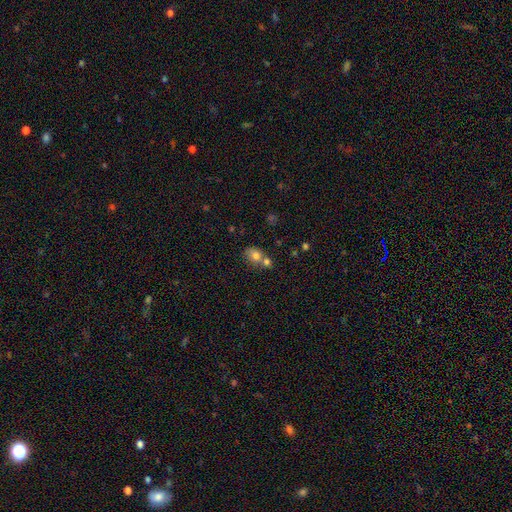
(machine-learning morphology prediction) Q: Smooth or featured?
A: smooth (77%); runner-up: featured or disk (13%)
Q: How rounded?
A: round (50%); runner-up: in between (49%)
Q: Merging?
A: merger (47%); runner-up: none (39%)